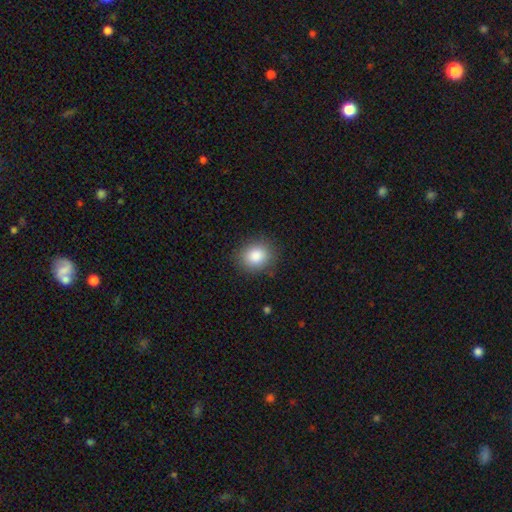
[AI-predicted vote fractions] The model was most divided on "how rounded": round: 68%, in between: 31%, cigar-shaped: 1%. More confident: merging — none (86%); smooth or featured — smooth (86%).